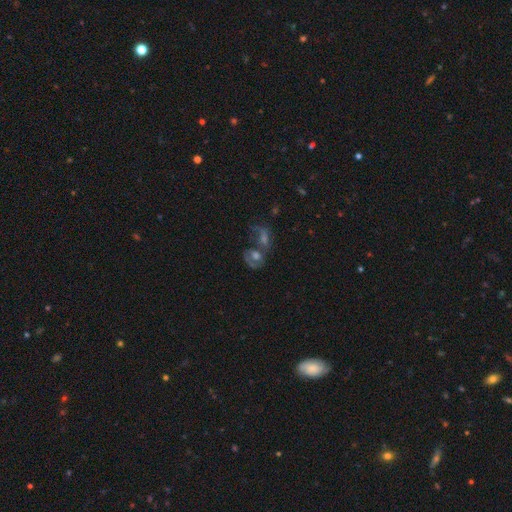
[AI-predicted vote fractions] Smooth or featured: featured or disk — 54% (smooth — 30%)
Edge-on disk: no — 95% (yes — 5%)
Bar: no — 72% (weak — 22%)
Spiral arms: yes — 60% (no — 40%)
Bulge size: moderate — 54% (large — 22%)
Merging: merger — 54% (none — 24%)